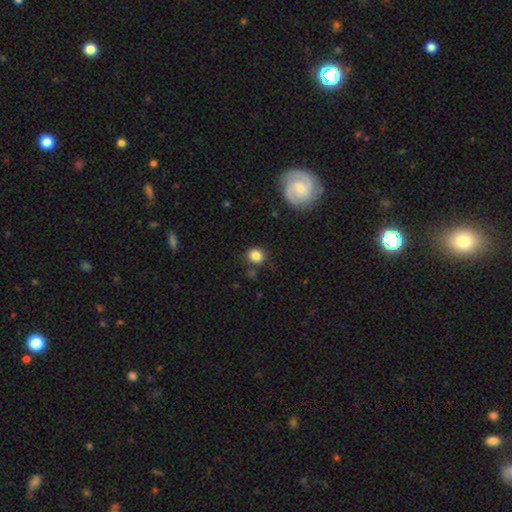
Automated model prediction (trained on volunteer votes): The model was most divided on "how rounded": round: 79%, in between: 20%, cigar-shaped: 1%. More confident: smooth or featured — smooth (85%); merging — none (81%).